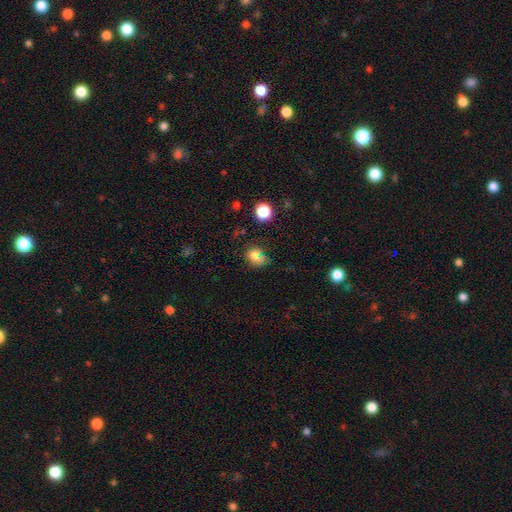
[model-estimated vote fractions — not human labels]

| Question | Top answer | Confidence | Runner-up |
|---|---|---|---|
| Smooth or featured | smooth | 72% | star or artifact (20%) |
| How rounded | round | 53% | in between (46%) |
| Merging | none | 61% | minor disturbance (23%) |